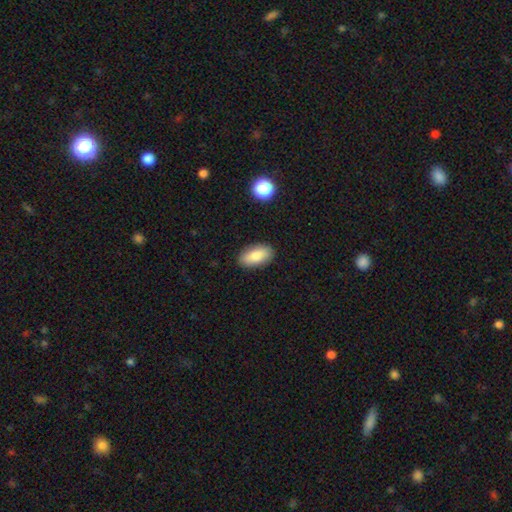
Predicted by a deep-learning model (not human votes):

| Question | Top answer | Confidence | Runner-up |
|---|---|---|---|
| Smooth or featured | smooth | 81% | featured or disk (12%) |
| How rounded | in between | 91% | cigar-shaped (5%) |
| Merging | none | 88% | minor disturbance (9%) |